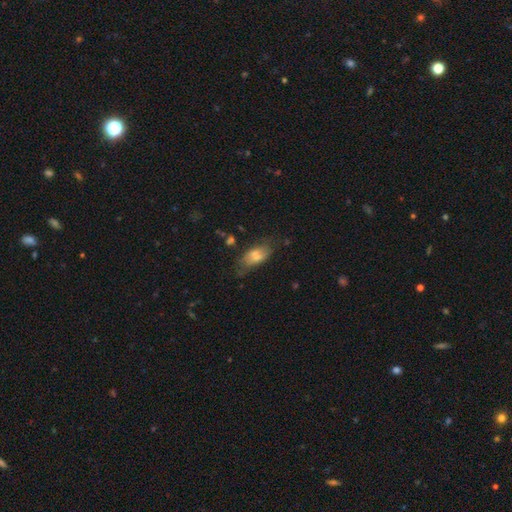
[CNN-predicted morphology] smooth 67%, featured or disk 25%, star or artifact 8%. Down the decision tree: how rounded — in between (85%); merging — none (50%).